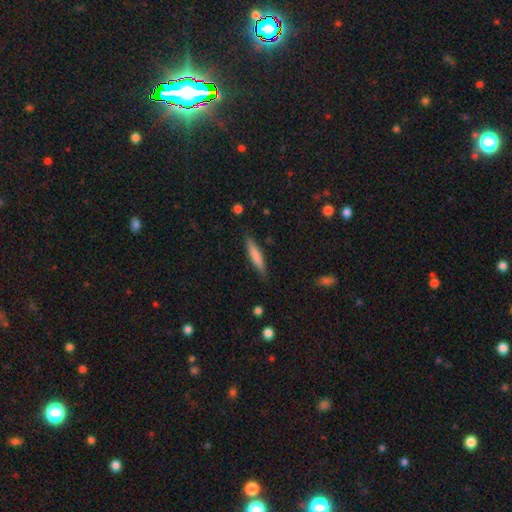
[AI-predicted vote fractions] smooth-or-featured: smooth: 76% | featured or disk: 18% | star or artifact: 6%
  how-rounded: cigar-shaped: 86% | in between: 12% | round: 1%
  merging: none: 84% | minor disturbance: 12% | major disturbance: 2% | merger: 1%